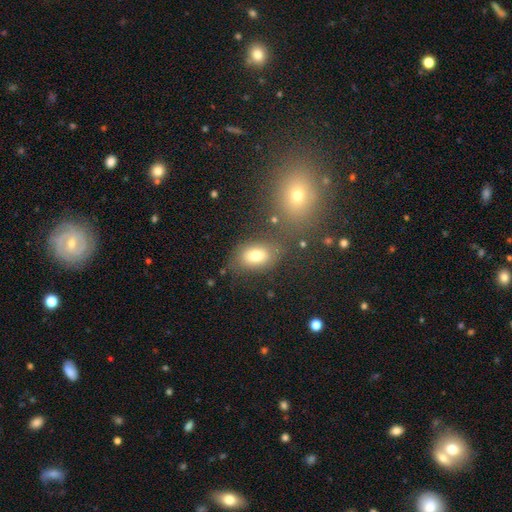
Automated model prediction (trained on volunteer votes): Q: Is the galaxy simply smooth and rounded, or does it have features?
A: smooth — 76%.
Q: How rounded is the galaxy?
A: in between — 81%.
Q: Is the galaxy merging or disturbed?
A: none — 66%.